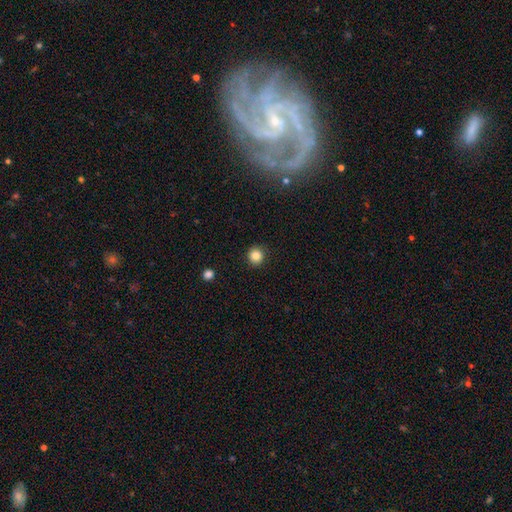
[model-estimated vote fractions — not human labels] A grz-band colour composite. It shows a smooth galaxy with no disk features (84%) that is round (93%). Merging: none (91%).